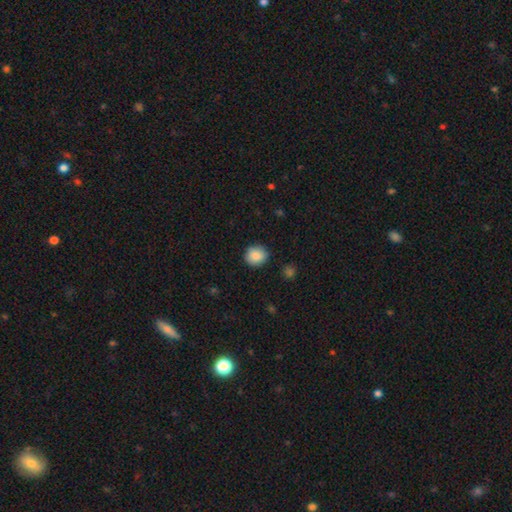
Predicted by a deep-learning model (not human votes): Q: Smooth or featured?
A: smooth (87%); runner-up: star or artifact (8%)
Q: How rounded?
A: round (86%); runner-up: in between (13%)
Q: Merging?
A: none (89%); runner-up: minor disturbance (8%)